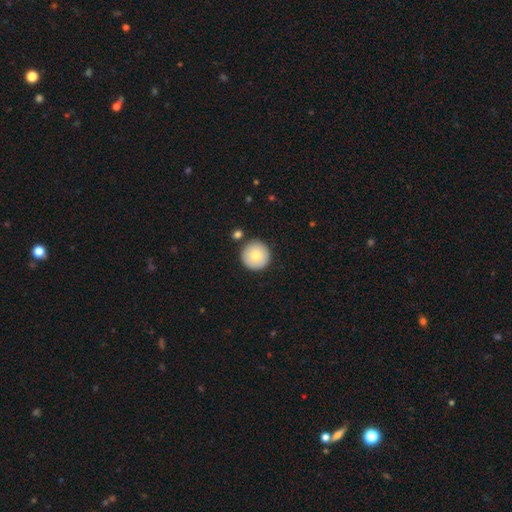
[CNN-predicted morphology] type=smooth (81%); roundness=round (96%); merging=none (86%).